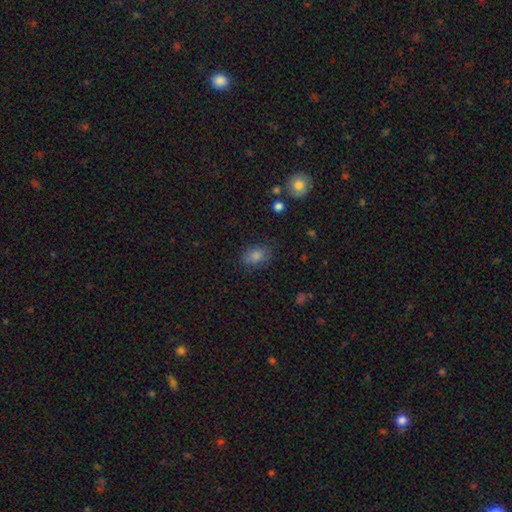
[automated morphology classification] smooth_or_featured: smooth (p=0.79) [alt: star or artifact p=0.13]
how_rounded: in between (p=0.75) [alt: round p=0.24]
merging: none (p=0.79) [alt: minor disturbance p=0.15]